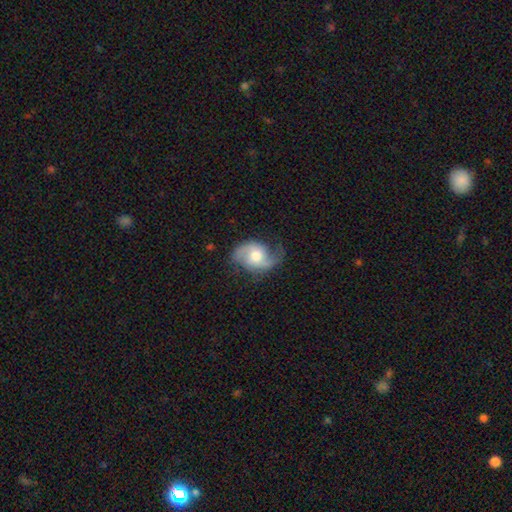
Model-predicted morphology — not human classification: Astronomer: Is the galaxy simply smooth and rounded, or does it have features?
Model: featured or disk — 82%.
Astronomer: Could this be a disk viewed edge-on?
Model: no — 97%.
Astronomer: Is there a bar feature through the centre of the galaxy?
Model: no — 61%.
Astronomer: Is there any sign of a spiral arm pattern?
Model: yes — 96%.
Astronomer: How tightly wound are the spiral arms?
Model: medium — 47% (runner-up: loose, 37%).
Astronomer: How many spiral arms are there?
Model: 2 — 89%.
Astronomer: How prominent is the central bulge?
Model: moderate — 66%.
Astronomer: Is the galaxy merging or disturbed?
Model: none — 66%.